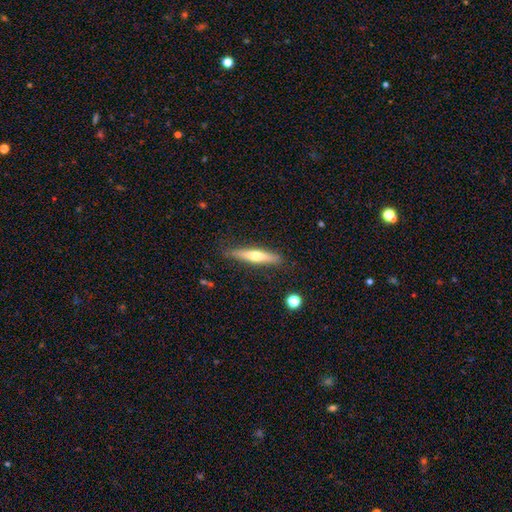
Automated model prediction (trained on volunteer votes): Morphology: type=smooth (49%); merging=none (85%).